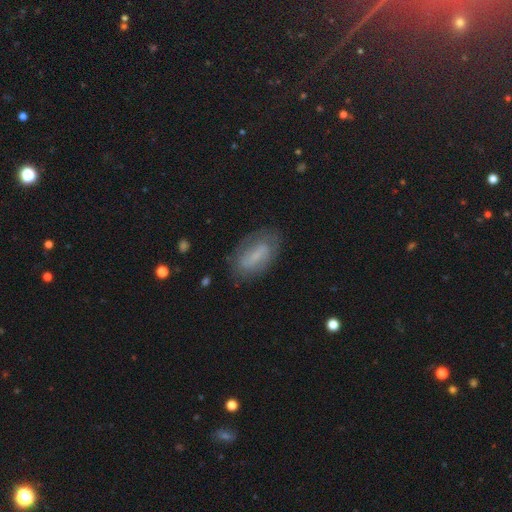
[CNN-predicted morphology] featured or disk 46%, smooth 45%, star or artifact 9%. Down the decision tree: merging — none (72%).